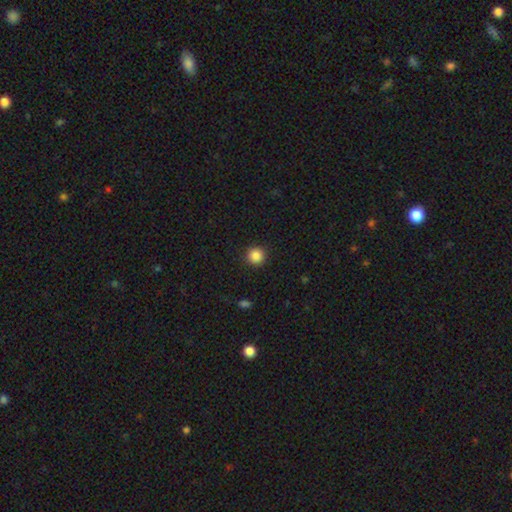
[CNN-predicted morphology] Smooth or featured? smooth (86%)
How rounded? round (95%)
Merging? none (91%)